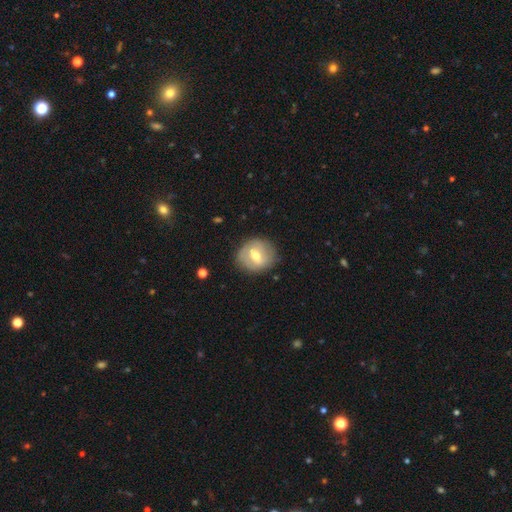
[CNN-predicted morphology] type=featured or disk (48%); merging=none (81%).